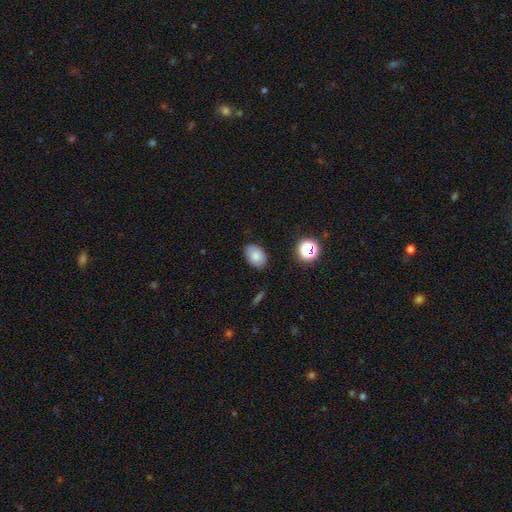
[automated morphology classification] type=smooth (81%); roundness=in between (84%); merging=none (83%).